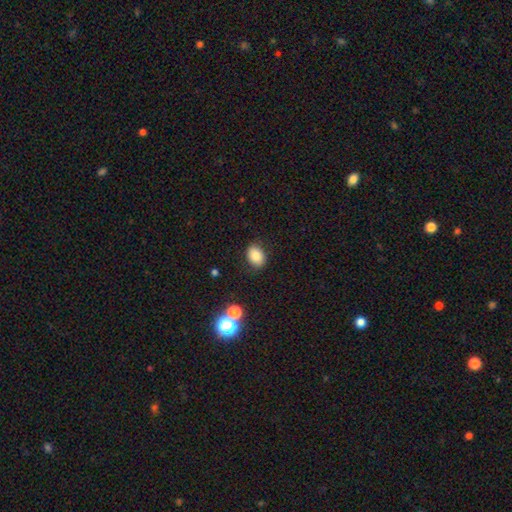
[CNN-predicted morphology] type=smooth (82%); roundness=in between (74%); merging=none (85%).